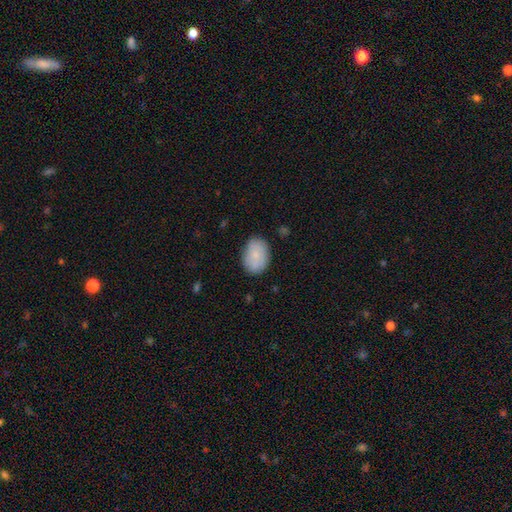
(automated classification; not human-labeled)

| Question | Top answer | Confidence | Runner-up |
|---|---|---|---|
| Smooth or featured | smooth | 79% | featured or disk (15%) |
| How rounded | in between | 79% | round (20%) |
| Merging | none | 77% | minor disturbance (17%) |